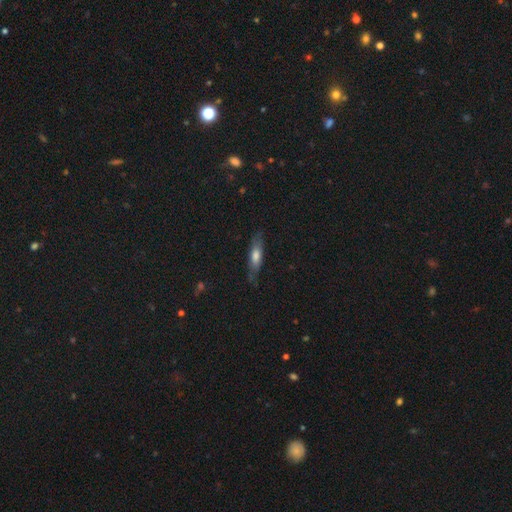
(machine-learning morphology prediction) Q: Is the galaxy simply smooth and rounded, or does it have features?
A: smooth — 61%.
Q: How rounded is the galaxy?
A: cigar-shaped — 64%.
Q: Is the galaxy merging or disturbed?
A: none — 75%.